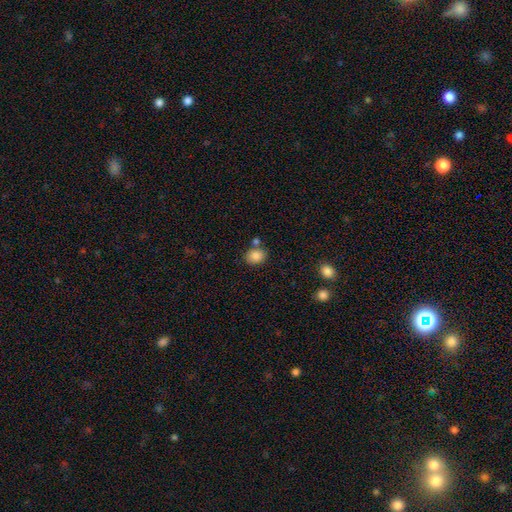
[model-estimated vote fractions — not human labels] A smooth galaxy with no disk features (84%) that is round (50%).

Vote fractions:
- Smooth or featured? smooth: 84% / star or artifact: 9% / featured or disk: 7%
- How rounded? round: 50% / in between: 49% / cigar-shaped: 1%
- Merging? none: 71% / merger: 14% / minor disturbance: 12% / major disturbance: 3%